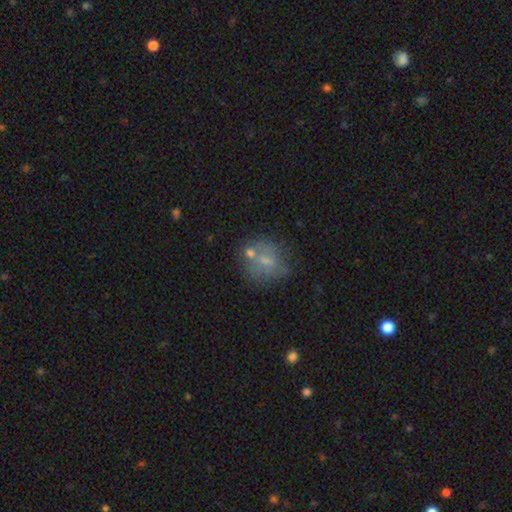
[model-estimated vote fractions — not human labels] Morphology: type=smooth (50%); merging=none (49%).